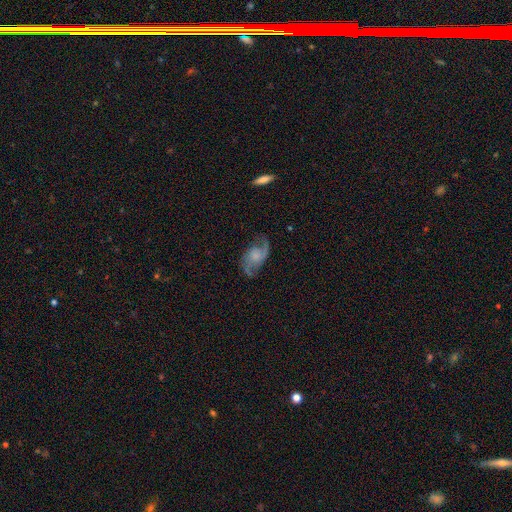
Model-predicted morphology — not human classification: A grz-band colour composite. It shows a featured or disk galaxy (81%) with no bar (64%), 2 (90%) loose (51%) spiral arms (95%) and a small central bulge (33%). Merging: none (69%).